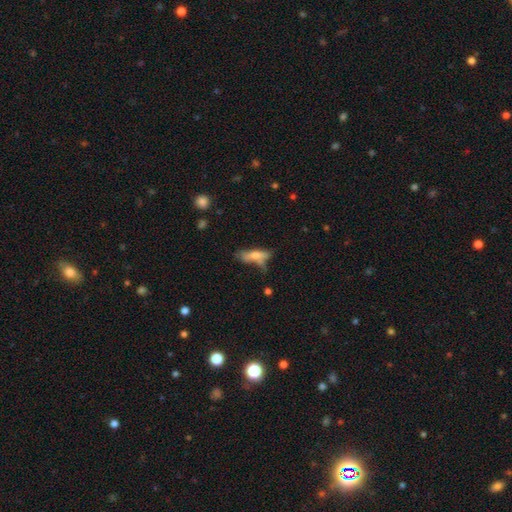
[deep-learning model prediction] A smooth galaxy with no disk features (60%) that is cigar-shaped (61%).

Vote fractions:
- Smooth or featured? smooth: 60% / featured or disk: 31% / star or artifact: 9%
- How rounded? cigar-shaped: 61% / in between: 36% / round: 3%
- Merging? none: 45% / minor disturbance: 24% / merger: 17% / major disturbance: 14%